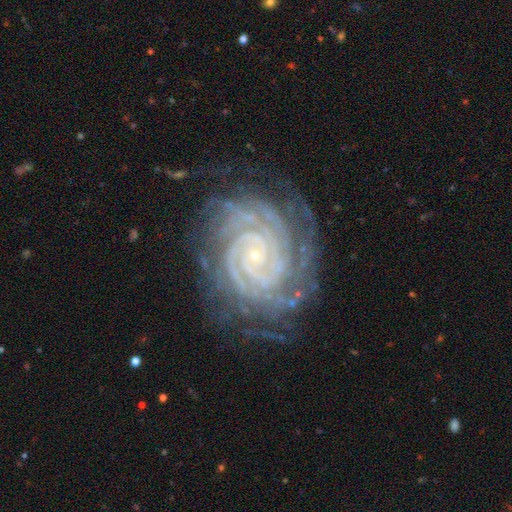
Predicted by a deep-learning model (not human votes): A featured or disk galaxy (92%) with no bar (69%), 2 (23%) tight (88%) spiral arms (99%) and a small central bulge (89%).

Vote fractions:
- Smooth or featured? featured or disk: 92% / star or artifact: 5% / smooth: 3%
- Edge-on disk? no: 98% / yes: 2%
- Bar? no: 69% / weak: 19% / strong: 11%
- Spiral arms? yes: 99% / no: 1%
- Spiral winding? tight: 88% / medium: 11% / loose: 2%
- Spiral arm count? 2: 23% / 4: 20% / 3: 18% / more than 4: 16% / can't tell: 14% / 1: 9%
- Bulge size? small: 89% / moderate: 7% / none: 2% / large: 1% / dominant: 1%
- Merging? none: 77% / minor disturbance: 16% / major disturbance: 6% / merger: 1%